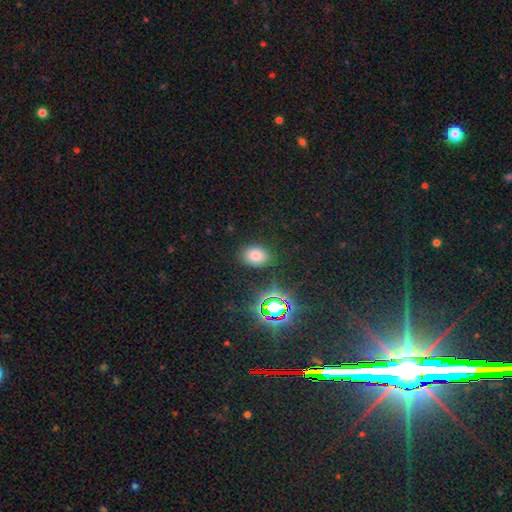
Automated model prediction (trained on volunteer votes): The model was most divided on "how rounded": in between: 71%, round: 27%, cigar-shaped: 1%. More confident: merging — none (85%); smooth or featured — smooth (73%).